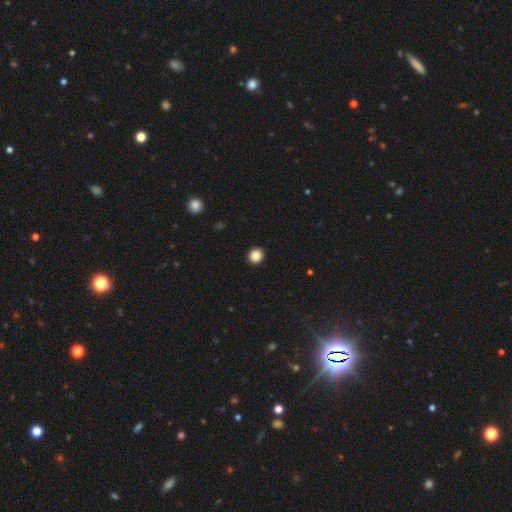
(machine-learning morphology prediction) Smooth or featured? smooth (87%)
How rounded? round (90%)
Merging? none (93%)